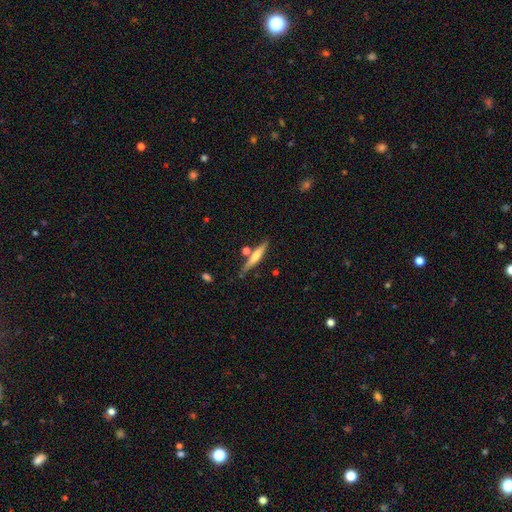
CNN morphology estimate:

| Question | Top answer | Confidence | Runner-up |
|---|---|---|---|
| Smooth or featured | featured or disk | 53% | smooth (41%) |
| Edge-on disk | yes | 96% | no (4%) |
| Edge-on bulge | rounded | 73% | none (18%) |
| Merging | none | 76% | minor disturbance (12%) |